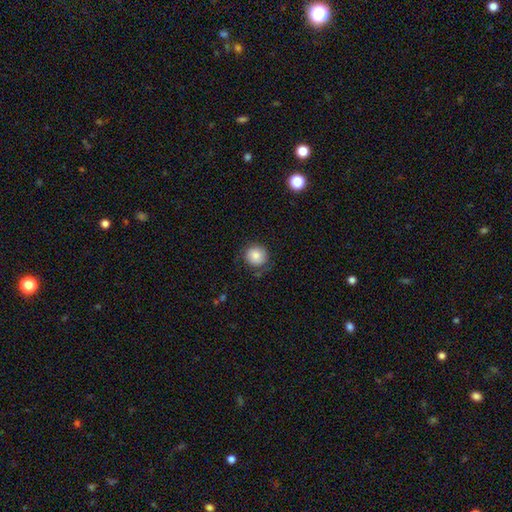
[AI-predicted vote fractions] This appears to be a smooth galaxy with no disk features (82%) that is round (89%). Merging: none (75%).